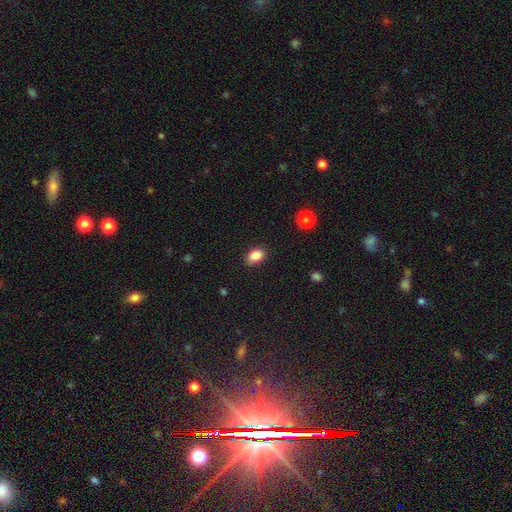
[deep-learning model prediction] The model was most divided on "how rounded": in between: 81%, round: 17%, cigar-shaped: 1%. More confident: smooth or featured — smooth (86%); merging — none (83%).